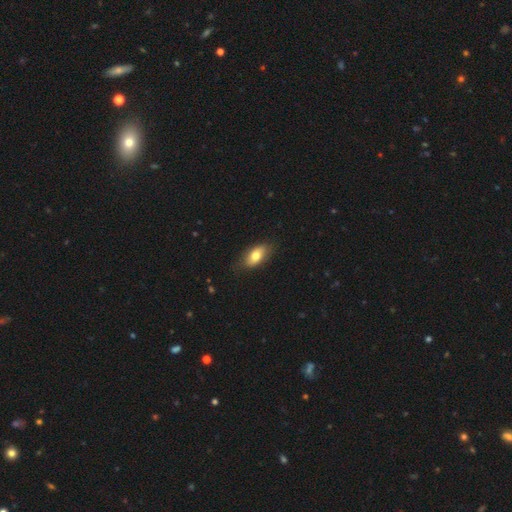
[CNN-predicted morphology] Smooth or featured? Predicted: smooth (p=0.75). How rounded? Predicted: in between (p=0.90). Merging? Predicted: none (p=0.79).